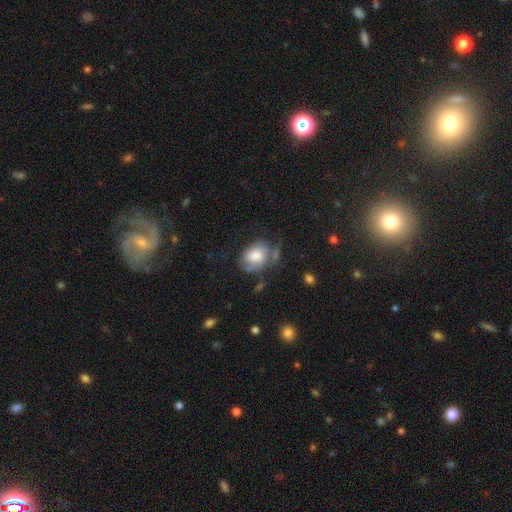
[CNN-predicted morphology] This appears to be a smooth galaxy with no disk features (60%) that is in between round and cigar-shaped (69%). Merging: none (39%).